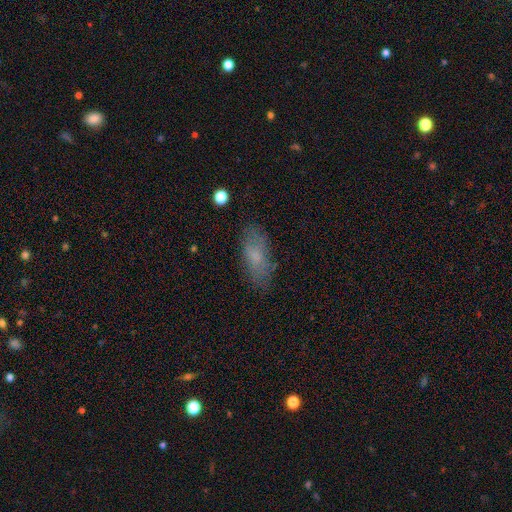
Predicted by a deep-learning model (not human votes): The model was most divided on "smooth or featured": smooth: 69%, featured or disk: 22%, star or artifact: 9%. More confident: merging — none (77%); how rounded — in between (77%).